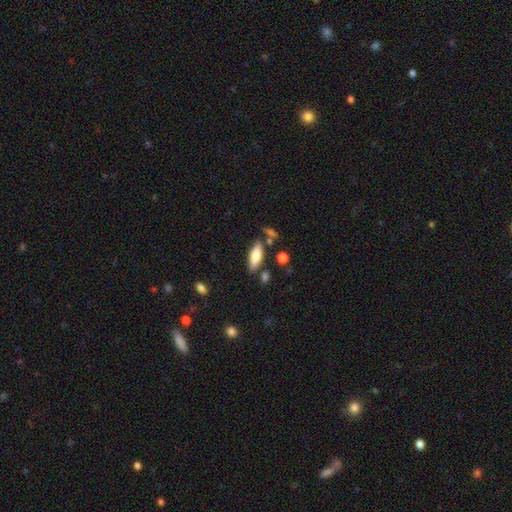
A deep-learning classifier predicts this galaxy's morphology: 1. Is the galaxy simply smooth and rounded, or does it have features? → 74% smooth, 20% featured or disk, 7% star or artifact.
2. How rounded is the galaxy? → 70% in between, 28% cigar-shaped, 2% round.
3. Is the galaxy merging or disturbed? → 75% none, 14% minor disturbance, 8% merger, 3% major disturbance.